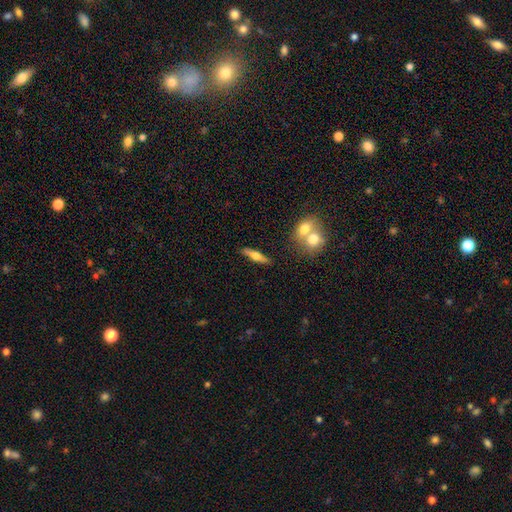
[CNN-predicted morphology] smooth-or-featured: featured or disk: 58% | smooth: 36% | star or artifact: 6%
  disk-edge-on: yes: 94% | no: 6%
    edge-on-bulge: rounded: 93% | boxy: 5% | none: 3%
  merging: none: 82% | minor disturbance: 9% | merger: 7% | major disturbance: 3%